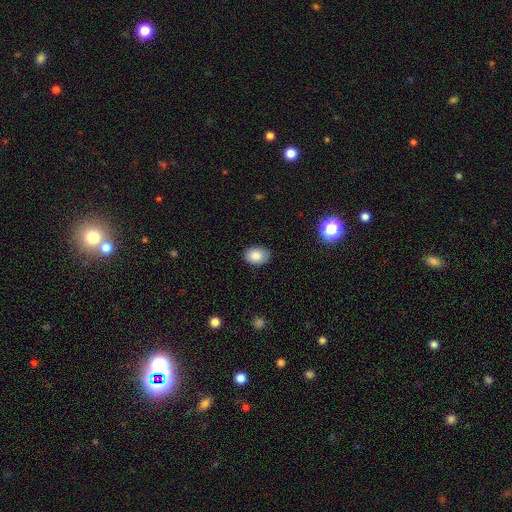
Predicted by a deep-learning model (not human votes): This appears to be a smooth galaxy with no disk features (84%) that is in between round and cigar-shaped (71%). Merging: none (86%).